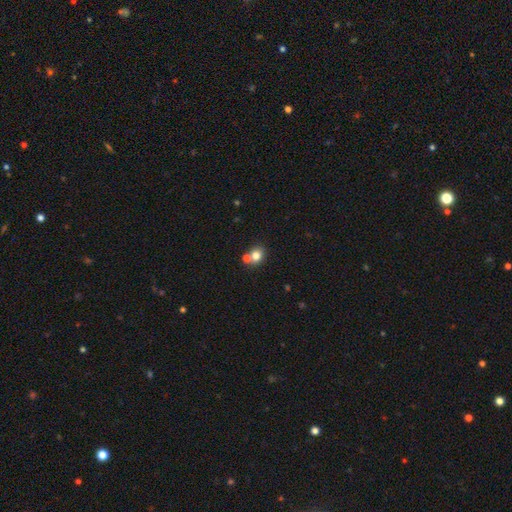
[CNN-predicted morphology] The model was most divided on "merging": none: 55%, merger: 34%, minor disturbance: 8%, major disturbance: 3%. More confident: smooth or featured — smooth (78%); how rounded — round (69%).